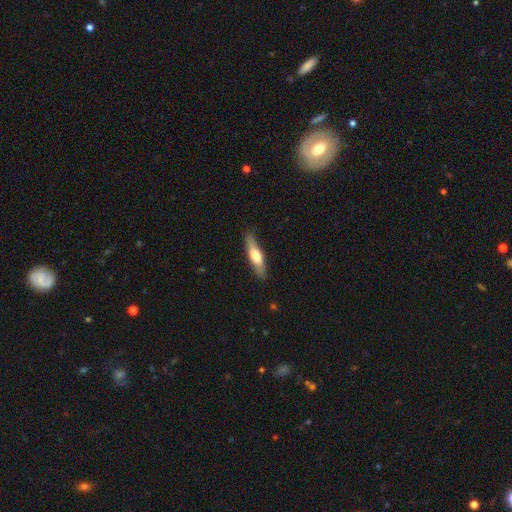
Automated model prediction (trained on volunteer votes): The model was most divided on "smooth or featured": smooth: 57%, featured or disk: 38%, star or artifact: 5%. More confident: merging — none (86%); how rounded — cigar-shaped (74%).